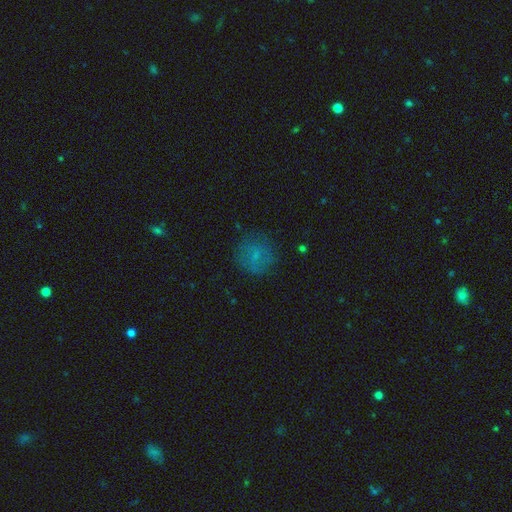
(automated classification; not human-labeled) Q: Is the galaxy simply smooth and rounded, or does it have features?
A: smooth — 66%.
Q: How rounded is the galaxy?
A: round — 87%.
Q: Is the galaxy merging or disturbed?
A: none — 77%.